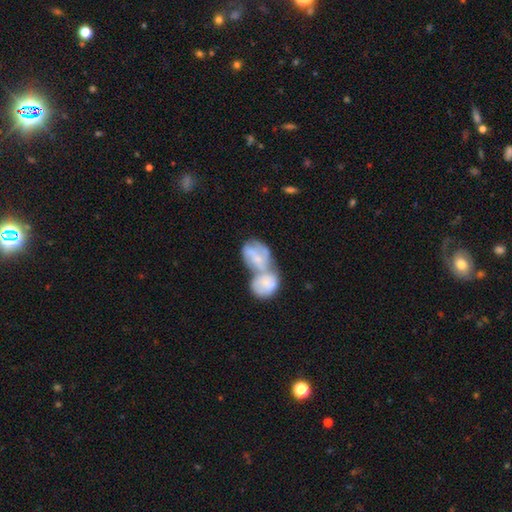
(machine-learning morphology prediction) Smooth or featured? Predicted: featured or disk (p=0.47). Merging? Predicted: merger (p=0.76).